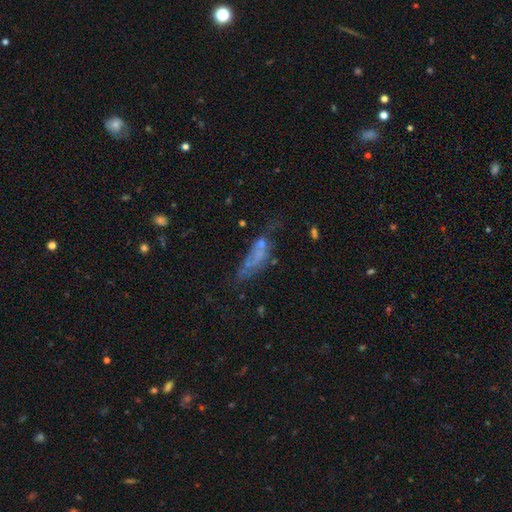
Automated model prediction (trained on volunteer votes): Overall: smooth (43%; featured or disk 34%). Merging: none (38%; major disturbance 28%).